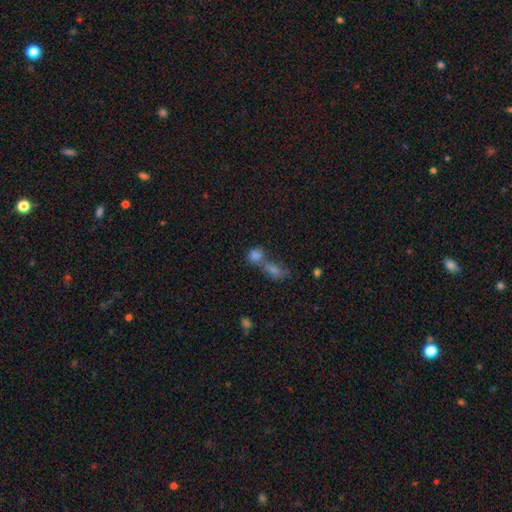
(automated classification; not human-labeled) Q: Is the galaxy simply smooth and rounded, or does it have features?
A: smooth — 78%.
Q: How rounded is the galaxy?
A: round — 52%.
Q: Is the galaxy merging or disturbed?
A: merger — 62%.